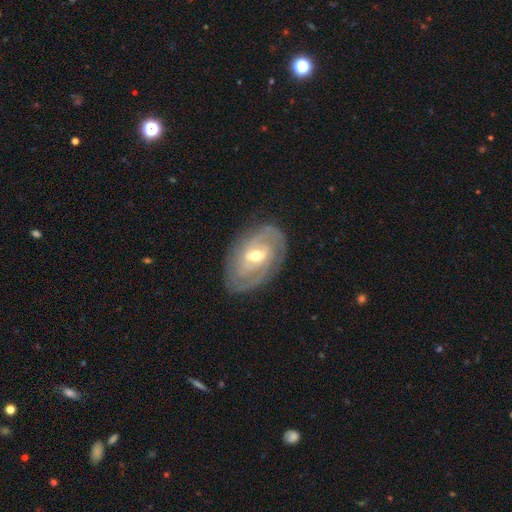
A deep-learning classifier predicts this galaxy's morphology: featured or disk 85%, smooth 10%, star or artifact 5%. Down the decision tree: edge-on disk — no (95%); bar — weak (51%); spiral arms — yes (92%); spiral arm count — 2 (47%); spiral winding — tight (65%); bulge size — moderate (63%); merging — none (81%).